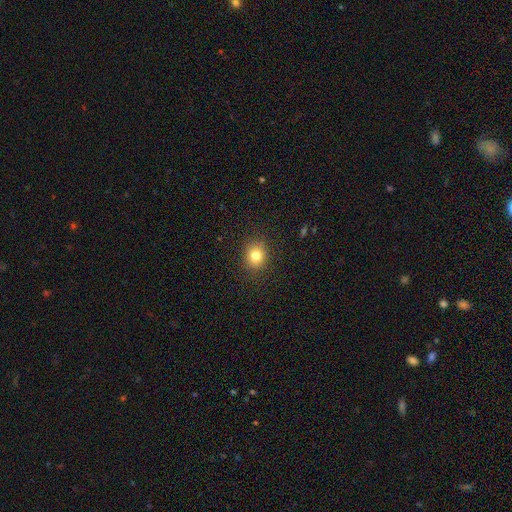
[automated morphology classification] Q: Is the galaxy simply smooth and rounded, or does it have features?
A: smooth — 80%.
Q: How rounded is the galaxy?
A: round — 76%.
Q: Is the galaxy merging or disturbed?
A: none — 89%.